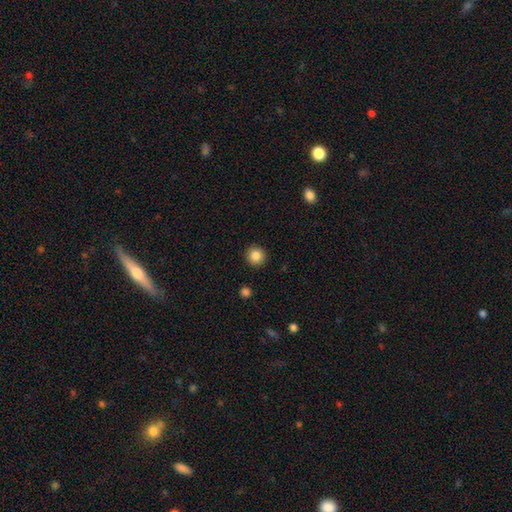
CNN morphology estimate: The model was most divided on "smooth or featured": smooth: 86%, star or artifact: 10%, featured or disk: 5%. More confident: how rounded — round (94%); merging — none (92%).